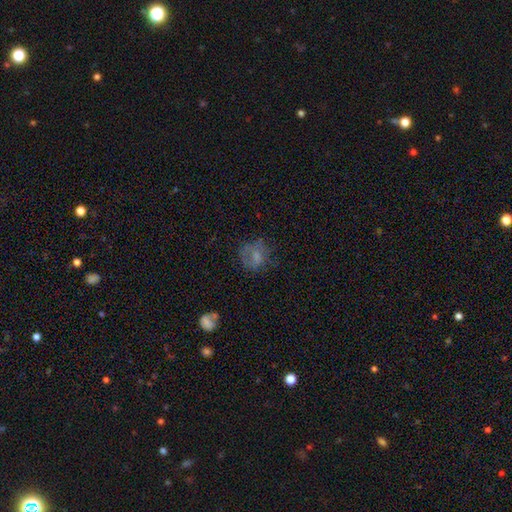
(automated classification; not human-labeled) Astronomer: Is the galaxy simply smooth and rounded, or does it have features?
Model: smooth — 57%.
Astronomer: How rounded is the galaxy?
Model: round — 66%.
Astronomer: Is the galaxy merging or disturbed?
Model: none — 51%.